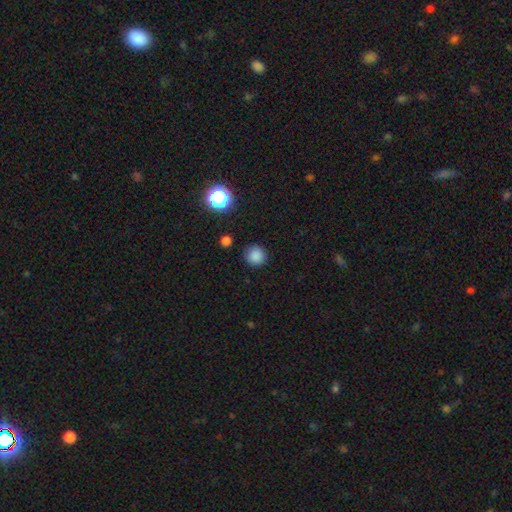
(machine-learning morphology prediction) smooth_or_featured: smooth (p=0.84) [alt: star or artifact p=0.13]
how_rounded: round (p=0.93) [alt: in between p=0.06]
merging: none (p=0.88) [alt: minor disturbance p=0.08]